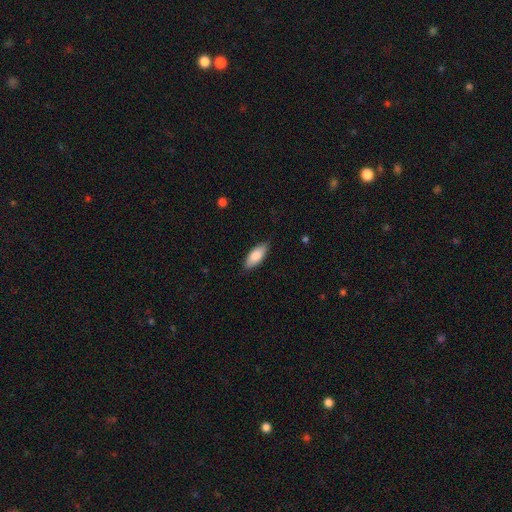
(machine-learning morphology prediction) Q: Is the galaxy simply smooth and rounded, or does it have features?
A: smooth — 82%.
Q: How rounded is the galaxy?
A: in between — 81%.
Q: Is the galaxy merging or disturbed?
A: none — 87%.